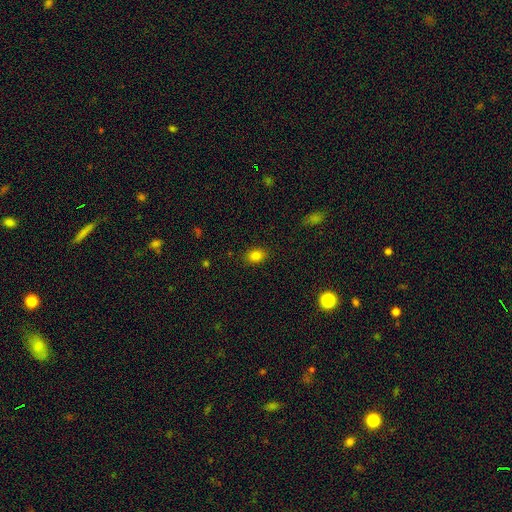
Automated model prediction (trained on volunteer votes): smooth 82%, star or artifact 12%, featured or disk 6%. Down the decision tree: how rounded — in between (72%); merging — none (87%).